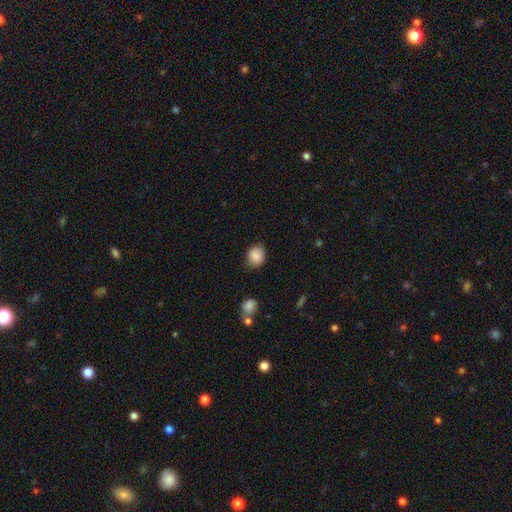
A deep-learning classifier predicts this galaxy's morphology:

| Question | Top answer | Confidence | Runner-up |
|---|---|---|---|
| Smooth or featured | smooth | 86% | star or artifact (8%) |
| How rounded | round | 58% | in between (41%) |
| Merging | none | 74% | minor disturbance (20%) |